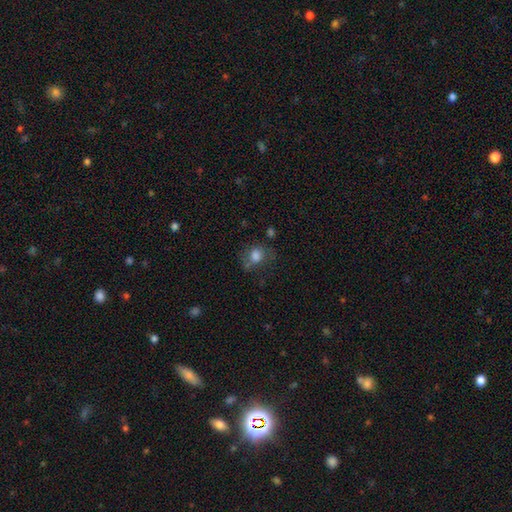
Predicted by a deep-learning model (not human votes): This appears to be a smooth galaxy with no disk features (74%) that is round (56%). Merging: none (54%).